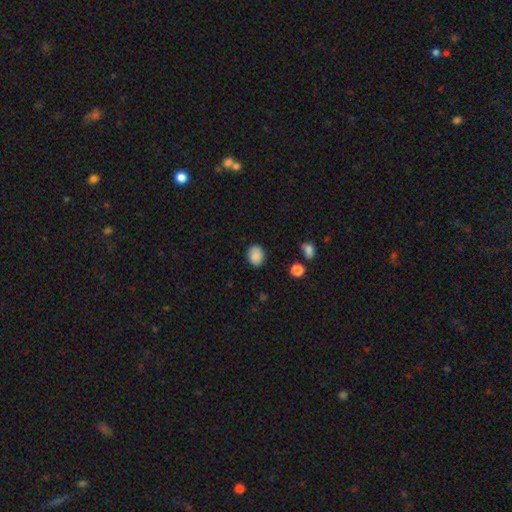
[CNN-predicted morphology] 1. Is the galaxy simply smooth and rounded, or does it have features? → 87% smooth, 9% star or artifact, 4% featured or disk.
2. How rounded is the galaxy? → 51% in between, 48% round, 1% cigar-shaped.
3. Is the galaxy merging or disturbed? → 84% none, 11% minor disturbance, 3% major disturbance, 2% merger.